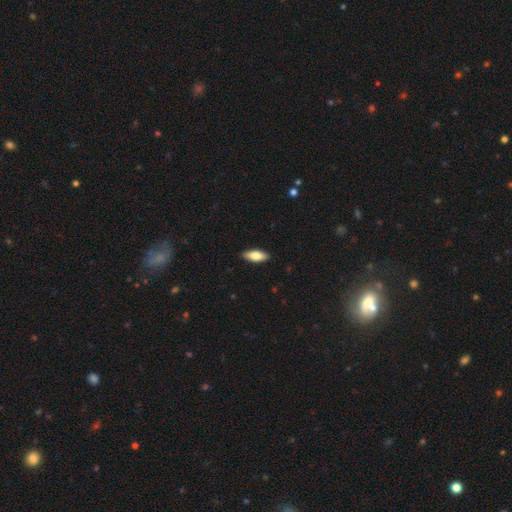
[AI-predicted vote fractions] Smooth or featured? Predicted: smooth (p=0.78). How rounded? Predicted: in between (p=0.75). Merging? Predicted: none (p=0.90).